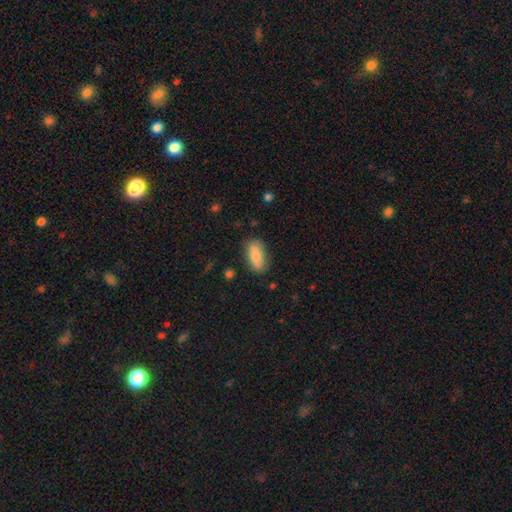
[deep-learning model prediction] smooth 83%, featured or disk 10%, star or artifact 6%. Down the decision tree: how rounded — in between (77%); merging — none (82%).